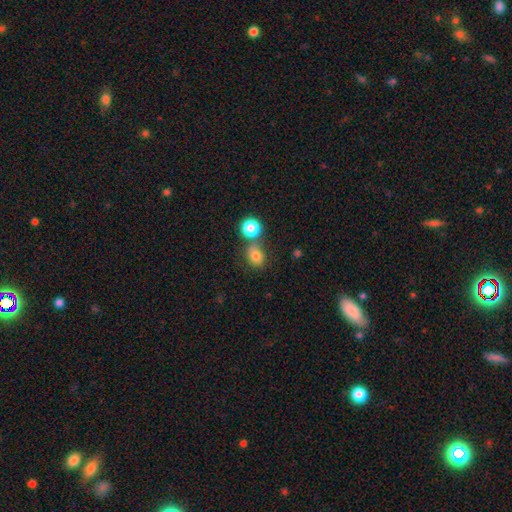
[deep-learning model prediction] smooth-or-featured: smooth: 78% | star or artifact: 14% | featured or disk: 8%
  how-rounded: round: 52% | in between: 46% | cigar-shaped: 1%
  merging: none: 57% | merger: 24% | minor disturbance: 13% | major disturbance: 5%